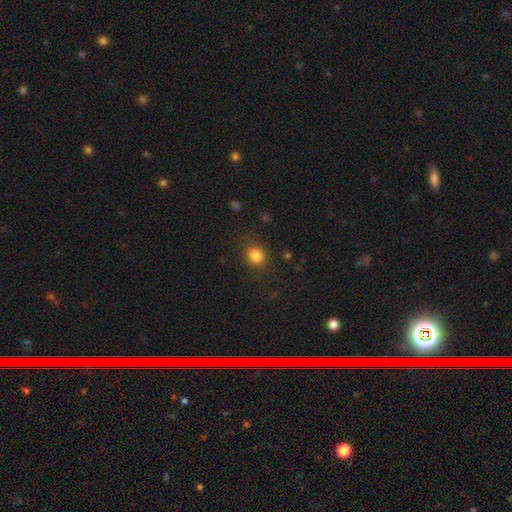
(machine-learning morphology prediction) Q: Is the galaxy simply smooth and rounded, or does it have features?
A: smooth — 83%.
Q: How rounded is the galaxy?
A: round — 76%.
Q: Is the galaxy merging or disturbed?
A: none — 84%.